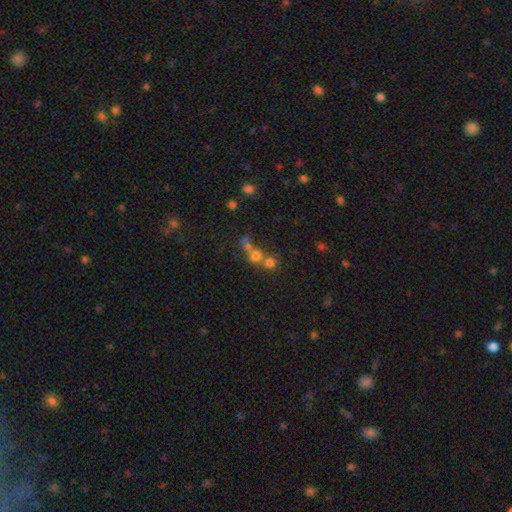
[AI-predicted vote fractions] Overall: smooth (65%). How rounded: round (84%). Merging: merger (48%; none 42%).